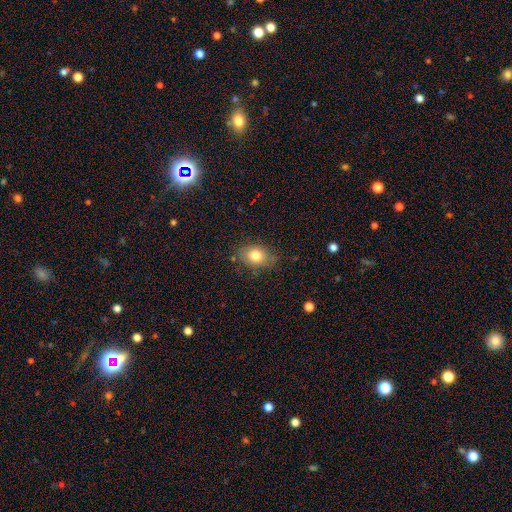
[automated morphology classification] Smooth or featured? Predicted: smooth (p=0.77). How rounded? Predicted: in between (p=0.65). Merging? Predicted: none (p=0.76).